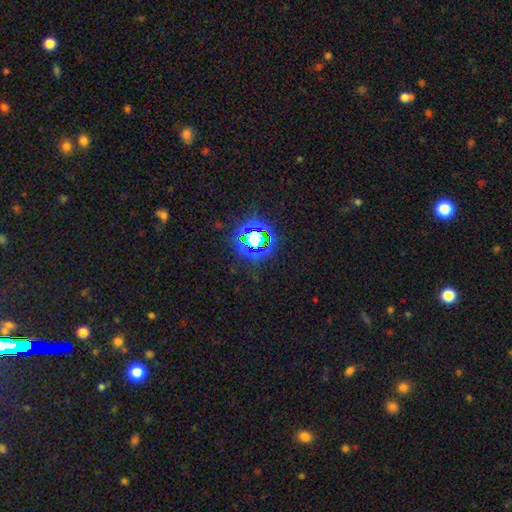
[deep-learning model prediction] Smooth or featured: star or artifact — 79% (smooth — 14%)